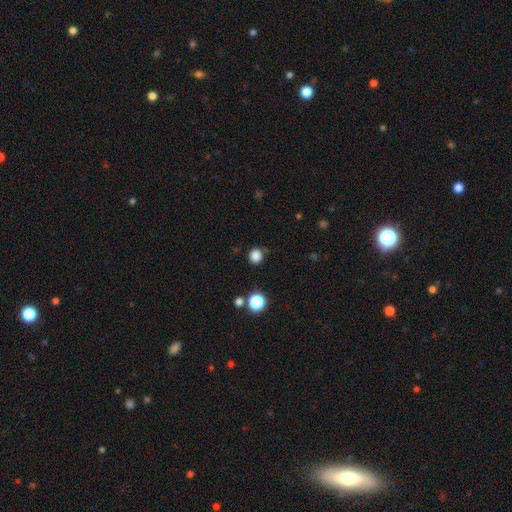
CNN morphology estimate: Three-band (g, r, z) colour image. It shows a smooth galaxy with no disk features (83%) that is round (89%). Merging: none (84%).